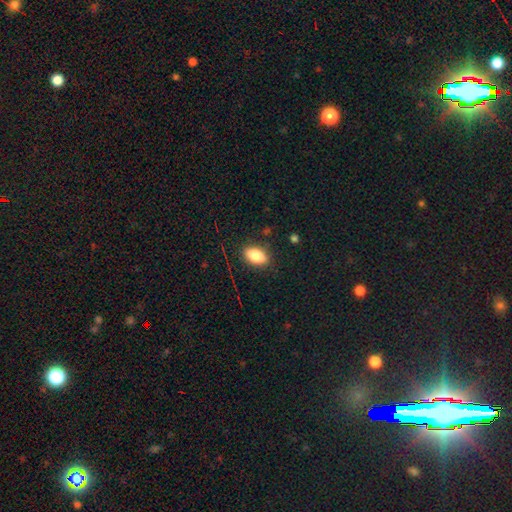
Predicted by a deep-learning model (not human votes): Smooth or featured: smooth — 85% (star or artifact — 8%)
How rounded: in between — 90% (round — 6%)
Merging: none — 85% (minor disturbance — 11%)